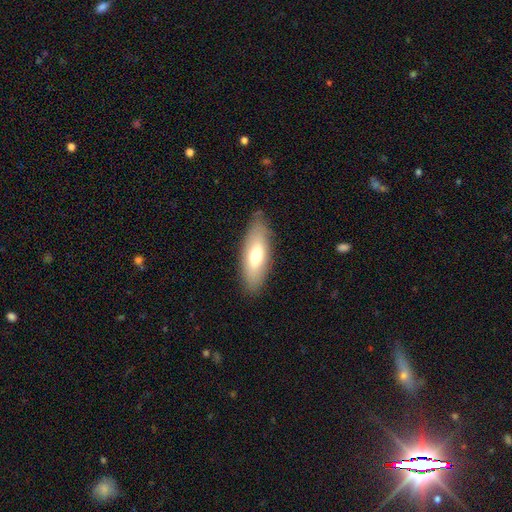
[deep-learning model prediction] A smooth galaxy with no disk features (67%) that is in between round and cigar-shaped (69%).

Vote fractions:
- Smooth or featured? smooth: 67% / featured or disk: 27% / star or artifact: 6%
- How rounded? in between: 69% / cigar-shaped: 29% / round: 2%
- Merging? none: 83% / minor disturbance: 13% / major disturbance: 3% / merger: 1%